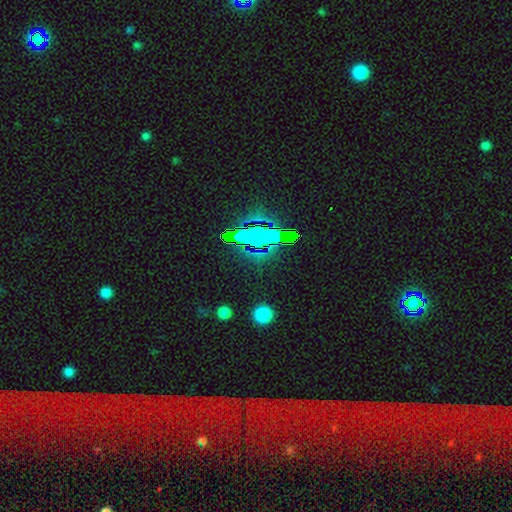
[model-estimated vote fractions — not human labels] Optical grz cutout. It shows a star or artifact, not a galaxy (80%).